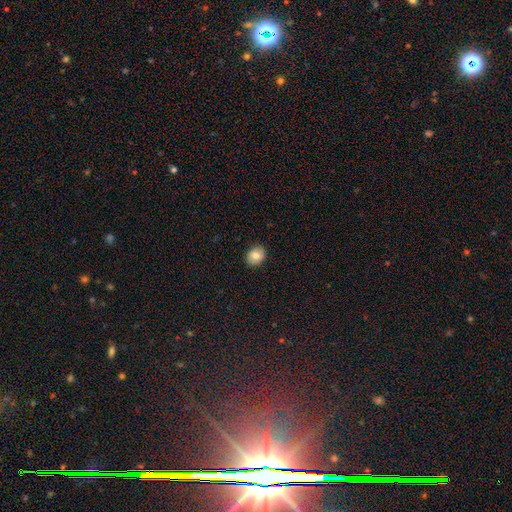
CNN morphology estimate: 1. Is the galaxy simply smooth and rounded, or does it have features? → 82% smooth, 10% featured or disk, 8% star or artifact.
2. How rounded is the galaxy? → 54% in between, 45% round, 1% cigar-shaped.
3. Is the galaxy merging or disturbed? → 89% none, 8% minor disturbance, 2% major disturbance, 1% merger.